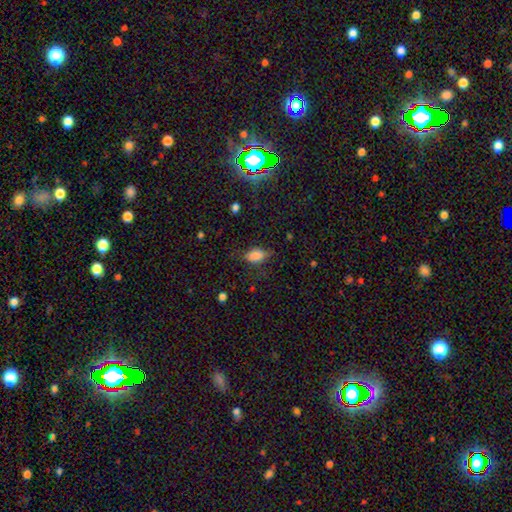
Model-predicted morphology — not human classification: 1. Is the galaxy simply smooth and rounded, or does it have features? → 79% smooth, 11% star or artifact, 10% featured or disk.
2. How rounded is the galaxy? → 88% in between, 8% round, 5% cigar-shaped.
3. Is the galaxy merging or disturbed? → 66% none, 24% minor disturbance, 9% major disturbance, 2% merger.